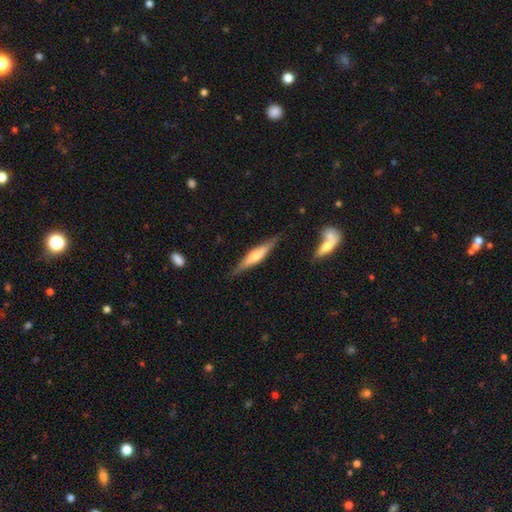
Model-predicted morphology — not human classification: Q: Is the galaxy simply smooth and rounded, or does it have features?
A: featured or disk — 58%.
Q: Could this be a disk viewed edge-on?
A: yes — 95%.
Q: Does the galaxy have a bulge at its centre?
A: rounded — 67%.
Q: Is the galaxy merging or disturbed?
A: none — 84%.